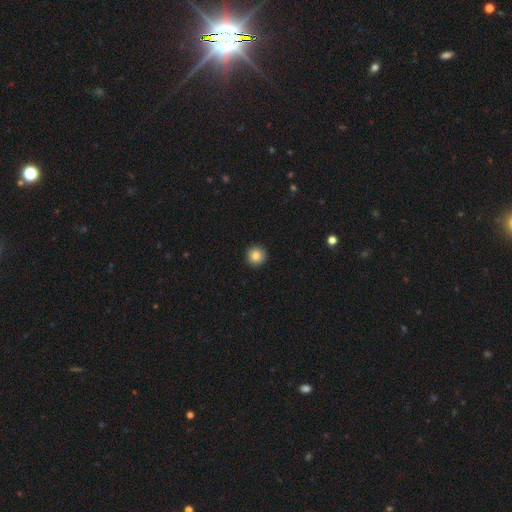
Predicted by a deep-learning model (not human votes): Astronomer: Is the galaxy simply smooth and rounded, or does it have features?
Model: smooth — 83%.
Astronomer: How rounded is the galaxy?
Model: round — 96%.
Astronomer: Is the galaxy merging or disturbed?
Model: none — 93%.